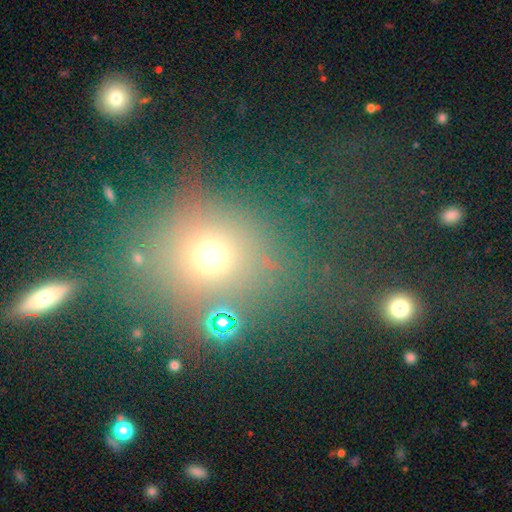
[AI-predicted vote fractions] A smooth galaxy with no disk features (63%) that is round (81%). Merging: none (63%).